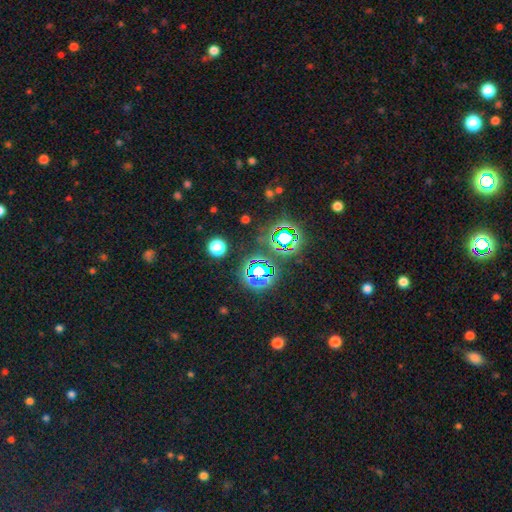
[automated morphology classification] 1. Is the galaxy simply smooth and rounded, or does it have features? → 74% star or artifact, 20% smooth, 7% featured or disk.